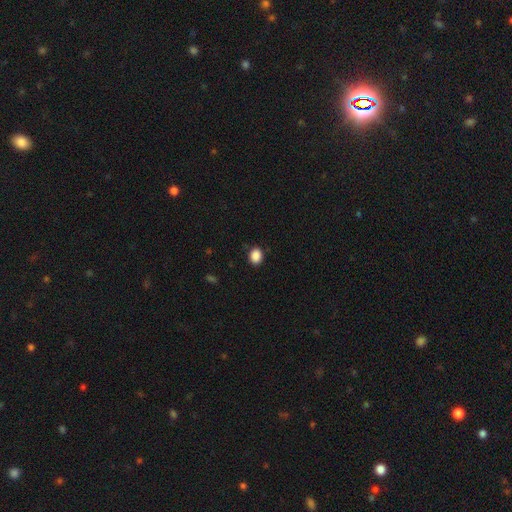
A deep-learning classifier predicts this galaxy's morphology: A smooth galaxy with no disk features (88%) that is round (55%).

Vote fractions:
- Smooth or featured? smooth: 88% / star or artifact: 9% / featured or disk: 3%
- How rounded? round: 55% / in between: 44% / cigar-shaped: 1%
- Merging? none: 87% / minor disturbance: 9% / major disturbance: 2% / merger: 1%